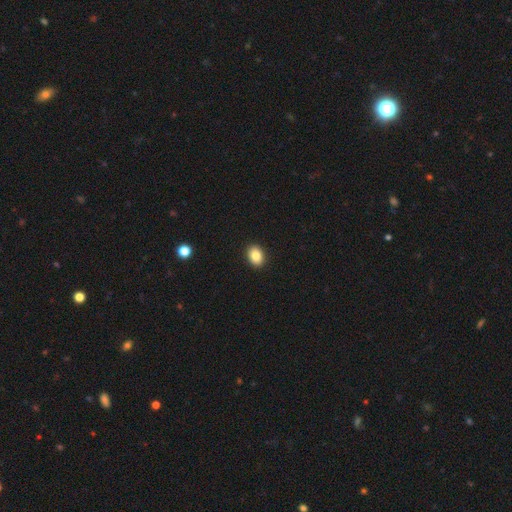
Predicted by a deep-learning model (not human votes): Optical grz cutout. It shows a smooth galaxy with no disk features (86%) that is in between round and cigar-shaped (75%). Merging: none (92%).